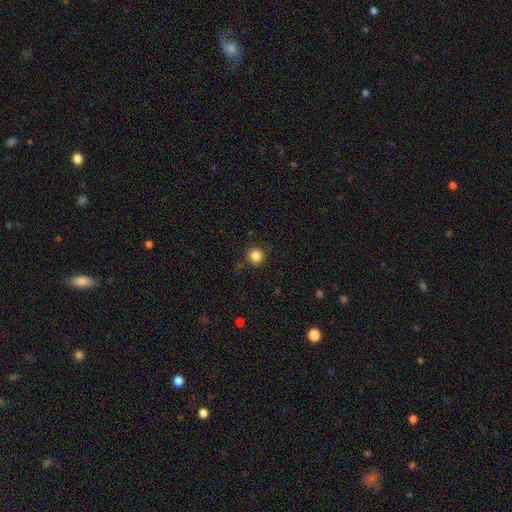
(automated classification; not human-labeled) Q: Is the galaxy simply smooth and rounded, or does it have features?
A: smooth — 84%.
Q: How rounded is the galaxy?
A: round — 93%.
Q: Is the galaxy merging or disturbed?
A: none — 85%.